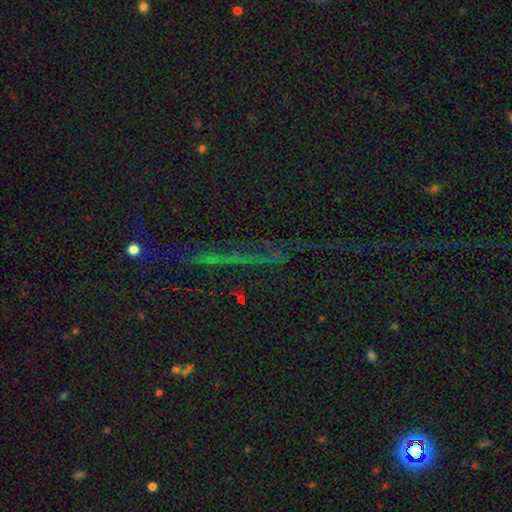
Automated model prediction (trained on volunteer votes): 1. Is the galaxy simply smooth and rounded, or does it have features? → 74% star or artifact, 13% featured or disk, 12% smooth.